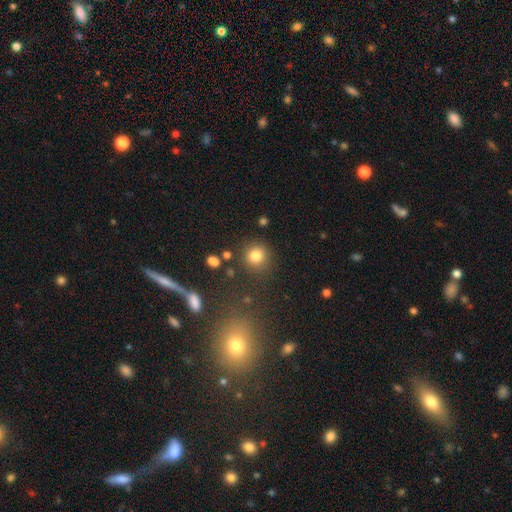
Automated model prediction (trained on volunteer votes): Smooth or featured? smooth (81%)
How rounded? round (89%)
Merging? none (81%)